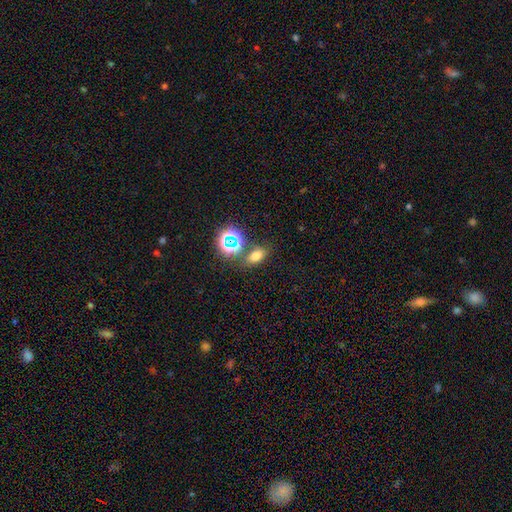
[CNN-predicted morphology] The model was most divided on "smooth or featured": smooth: 65%, star or artifact: 25%, featured or disk: 10%. More confident: how rounded — in between (76%); merging — none (74%).